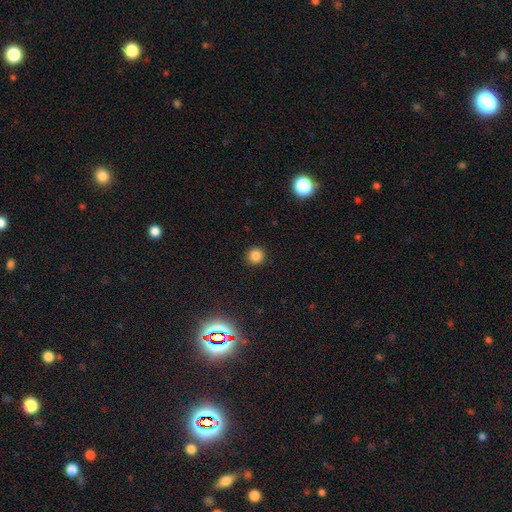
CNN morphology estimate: Smooth or featured? Predicted: smooth (p=0.82). How rounded? Predicted: round (p=0.94). Merging? Predicted: none (p=0.91).